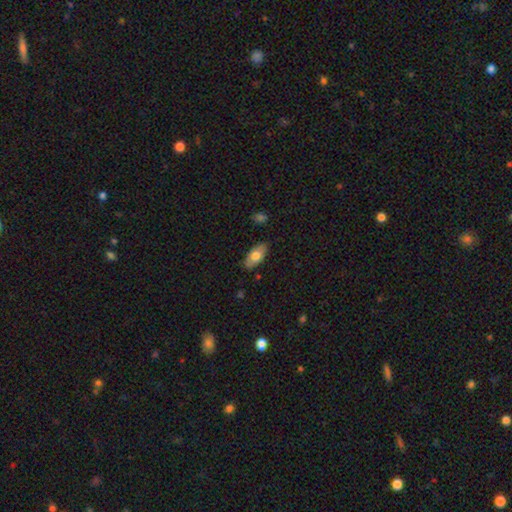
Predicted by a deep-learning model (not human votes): Smooth or featured? Predicted: smooth (p=0.71). How rounded? Predicted: in between (p=0.90). Merging? Predicted: none (p=0.83).